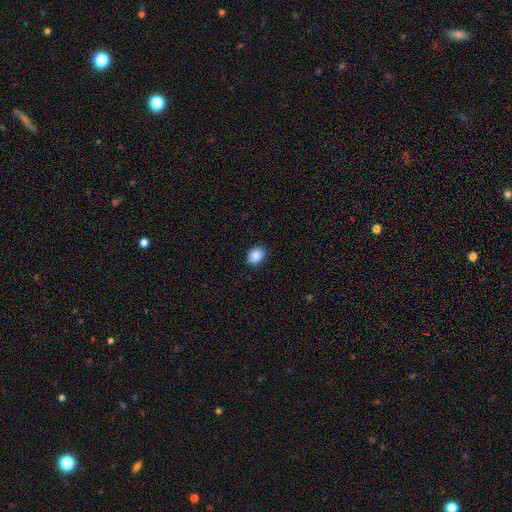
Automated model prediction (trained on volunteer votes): Smooth or featured? smooth (89%)
How rounded? in between (60%)
Merging? none (89%)